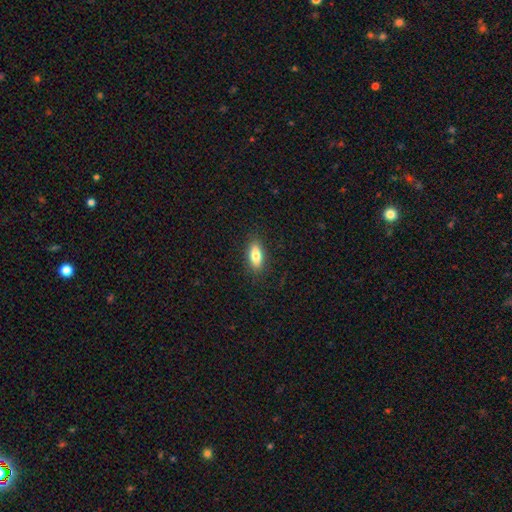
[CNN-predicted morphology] Smooth or featured: smooth — 78% (featured or disk — 15%)
How rounded: in between — 78% (cigar-shaped — 19%)
Merging: none — 87% (minor disturbance — 9%)